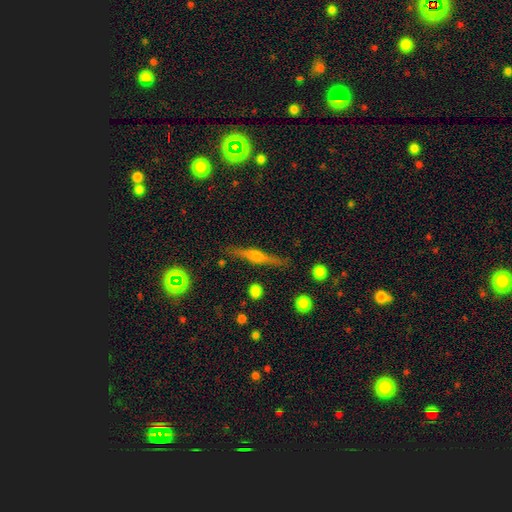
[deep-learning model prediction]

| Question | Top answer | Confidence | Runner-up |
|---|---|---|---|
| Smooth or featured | featured or disk | 71% | smooth (20%) |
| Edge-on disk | yes | 97% | no (3%) |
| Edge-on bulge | rounded | 84% | boxy (10%) |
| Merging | none | 86% | minor disturbance (10%) |